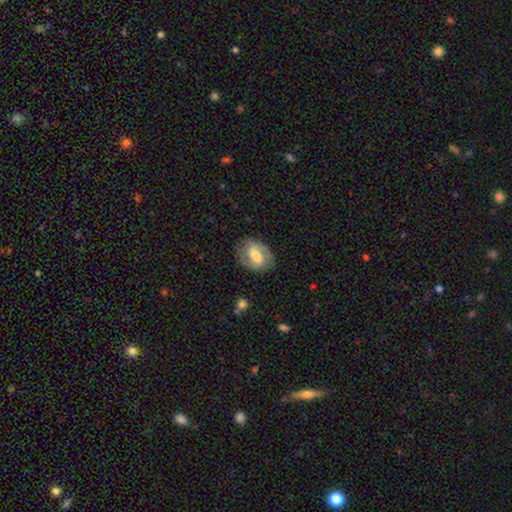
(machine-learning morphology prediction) A featured or disk galaxy (64%) with a weak bar (43%), spiral arms (78%) and a moderate central bulge (53%). Merging: none (78%).